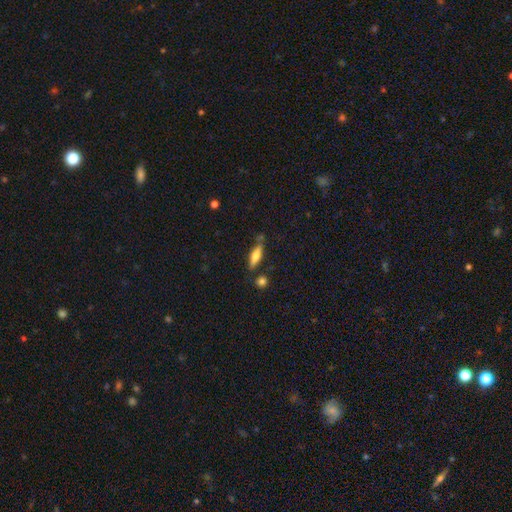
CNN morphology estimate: The model was most divided on "how rounded": cigar-shaped: 63%, in between: 35%, round: 2%. More confident: merging — none (73%); smooth or featured — smooth (66%).